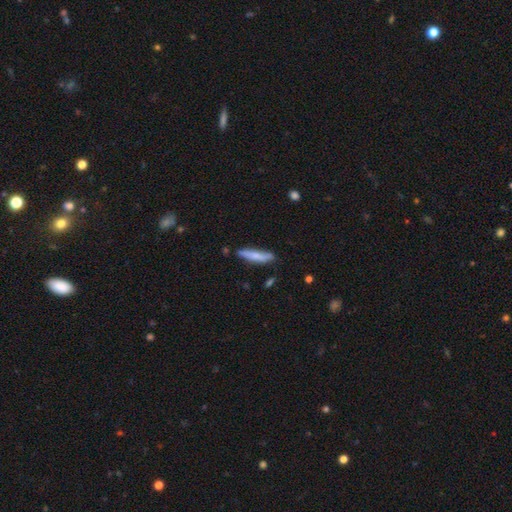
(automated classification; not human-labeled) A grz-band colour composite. It shows a smooth galaxy with no disk features (67%) that is cigar-shaped (87%). Merging: none (76%).